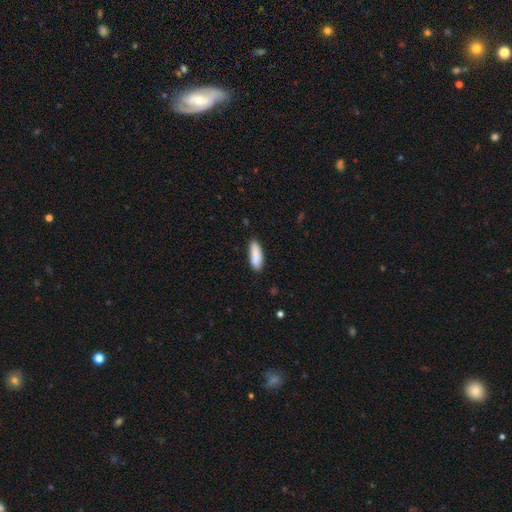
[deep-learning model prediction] smooth_or_featured: smooth (p=0.88) [alt: featured or disk p=0.06]
how_rounded: in between (p=0.56) [alt: cigar-shaped p=0.43]
merging: none (p=0.81) [alt: minor disturbance p=0.15]